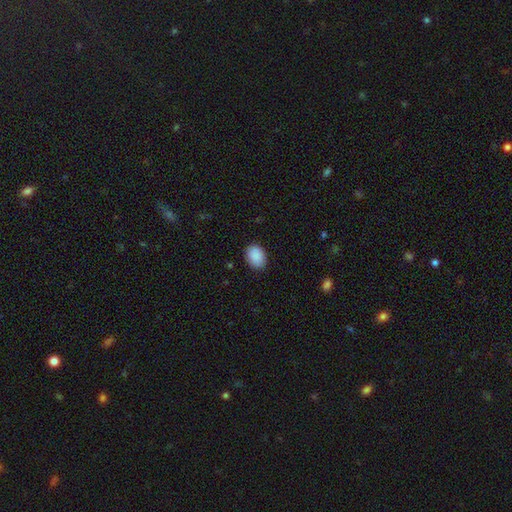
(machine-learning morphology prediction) The model was most divided on "how rounded": in between: 73%, round: 26%, cigar-shaped: 1%. More confident: smooth or featured — smooth (90%); merging — none (86%).